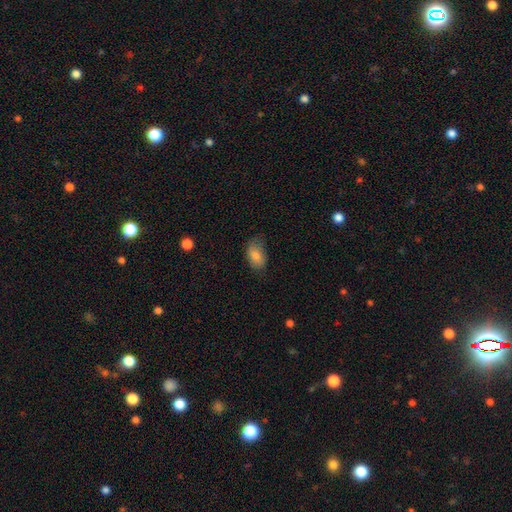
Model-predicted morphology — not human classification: Smooth or featured?
  - smooth: 83% *
  - featured or disk: 10%
  - star or artifact: 7%
How rounded?
  - in between: 91% *
  - round: 8%
  - cigar-shaped: 2%
Merging?
  - none: 63% *
  - minor disturbance: 28%
  - major disturbance: 8%
  - merger: 1%